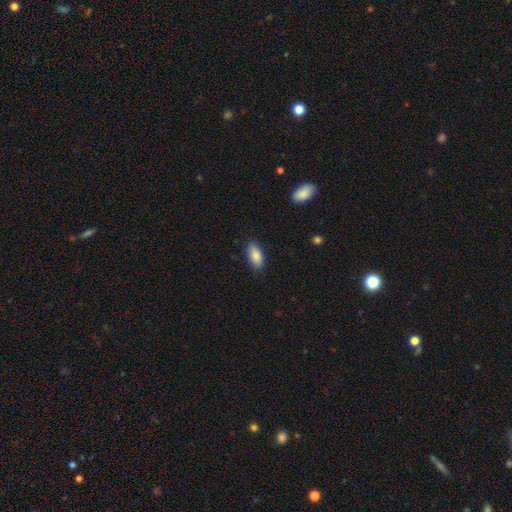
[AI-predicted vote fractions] smooth 86%, featured or disk 7%, star or artifact 7%. Down the decision tree: how rounded — in between (85%); merging — none (84%).